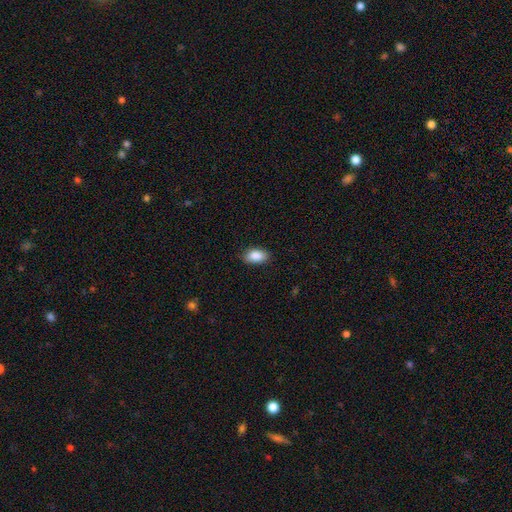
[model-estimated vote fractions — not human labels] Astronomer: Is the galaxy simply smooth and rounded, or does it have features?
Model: smooth — 88%.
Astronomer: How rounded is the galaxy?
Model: in between — 92%.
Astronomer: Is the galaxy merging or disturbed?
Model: none — 86%.